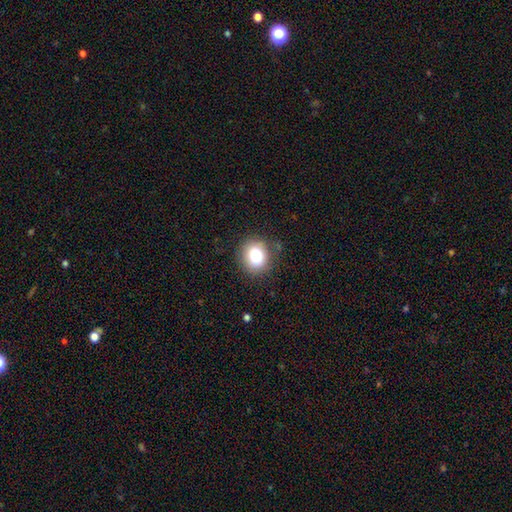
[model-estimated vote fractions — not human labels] Overall: smooth (81%). How rounded: round (73%). Merging: none (82%).